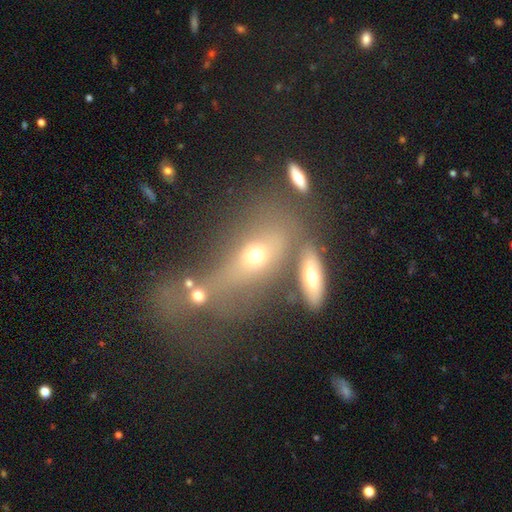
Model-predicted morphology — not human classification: Smooth or featured? smooth (49%)
Merging? merger (39%)